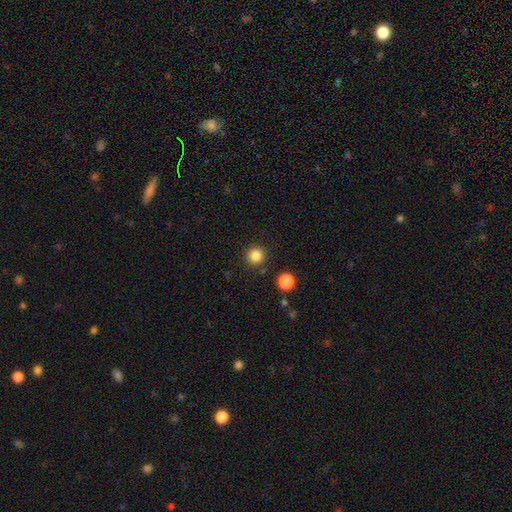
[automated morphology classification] This appears to be a smooth galaxy with no disk features (84%) that is round (95%). Merging: none (90%).